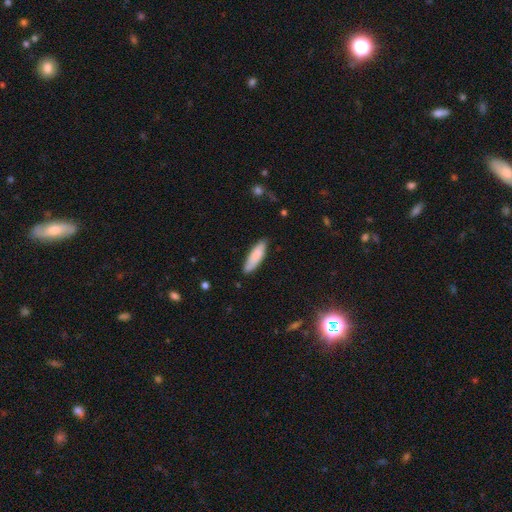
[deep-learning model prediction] smooth-or-featured: smooth: 83% | featured or disk: 11% | star or artifact: 6%
  how-rounded: cigar-shaped: 57% | in between: 42% | round: 1%
  merging: none: 80% | minor disturbance: 16% | major disturbance: 3% | merger: 2%